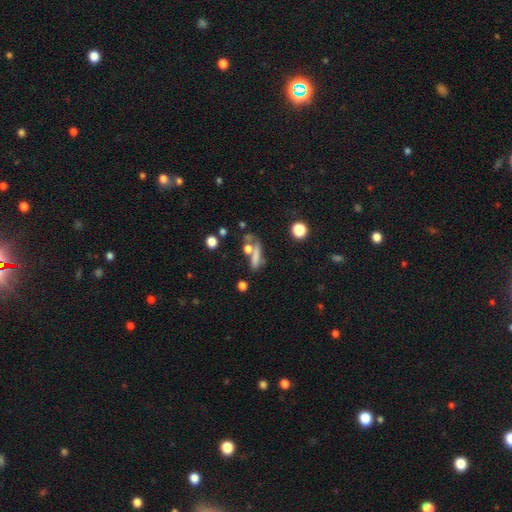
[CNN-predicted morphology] smooth_or_featured: smooth (p=0.63) [alt: featured or disk p=0.24]
how_rounded: cigar-shaped (p=0.65) [alt: in between p=0.24]
merging: none (p=0.46) [alt: merger p=0.24]